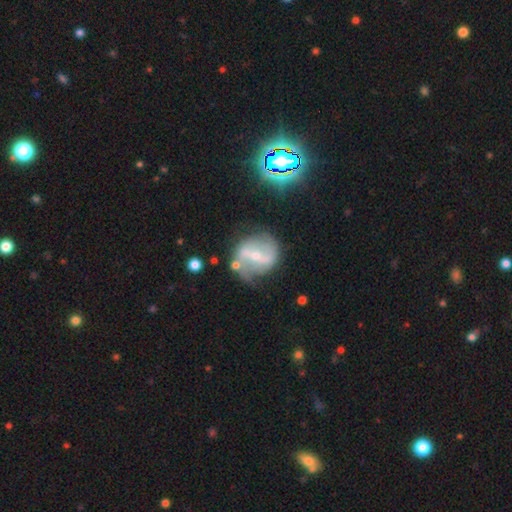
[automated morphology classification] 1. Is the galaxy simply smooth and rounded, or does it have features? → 77% featured or disk, 15% smooth, 8% star or artifact.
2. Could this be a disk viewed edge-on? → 95% no, 5% yes.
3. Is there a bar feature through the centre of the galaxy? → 58% strong, 29% weak, 13% no.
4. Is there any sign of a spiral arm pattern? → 78% yes, 22% no.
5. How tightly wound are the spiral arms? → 43% loose, 40% medium, 17% tight.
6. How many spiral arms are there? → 84% 2, 9% can't tell, 4% 1, 2% 3, 1% 4, 1% more than 4.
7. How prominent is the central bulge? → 62% small, 34% moderate, 2% none, 1% large, 1% dominant.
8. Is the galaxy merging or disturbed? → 65% none, 19% minor disturbance, 9% major disturbance, 7% merger.